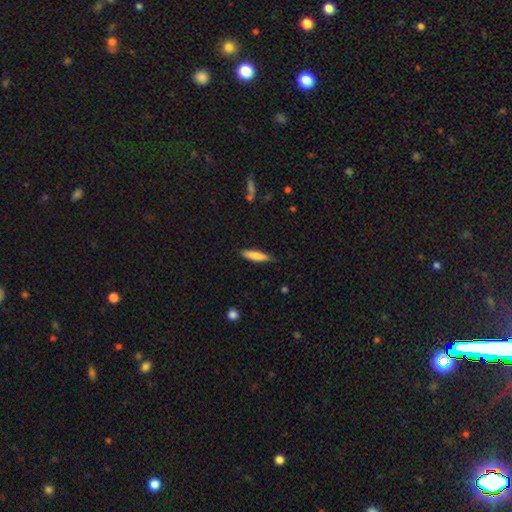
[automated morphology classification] smooth 79%, featured or disk 15%, star or artifact 6%. Down the decision tree: how rounded — cigar-shaped (75%); merging — none (80%).